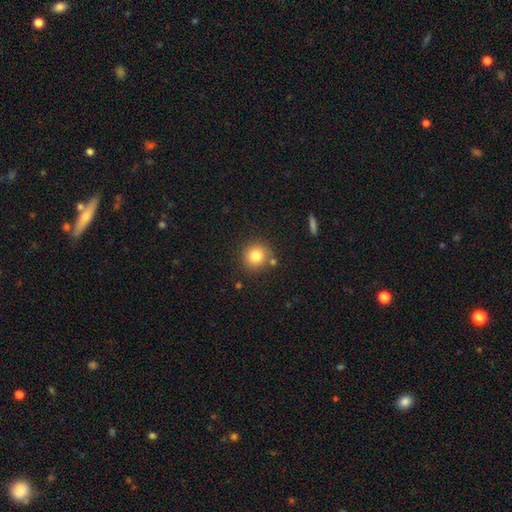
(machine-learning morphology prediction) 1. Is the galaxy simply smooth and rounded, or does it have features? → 80% smooth, 11% star or artifact, 8% featured or disk.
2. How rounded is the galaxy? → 91% round, 8% in between, 1% cigar-shaped.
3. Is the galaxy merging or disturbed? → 81% none, 9% minor disturbance, 7% merger, 3% major disturbance.